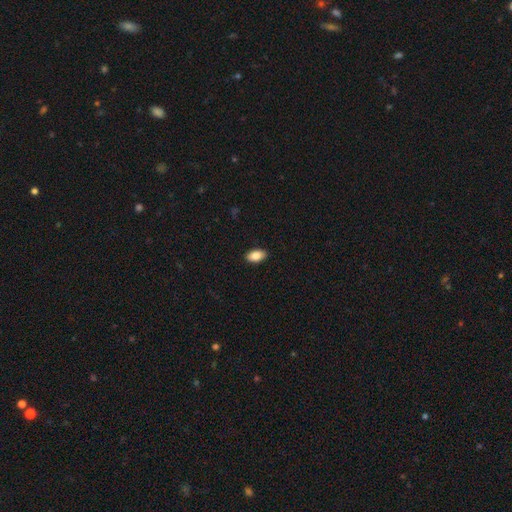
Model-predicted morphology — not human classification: A smooth galaxy with no disk features (87%) that is in between round and cigar-shaped (93%). Merging: none (89%).